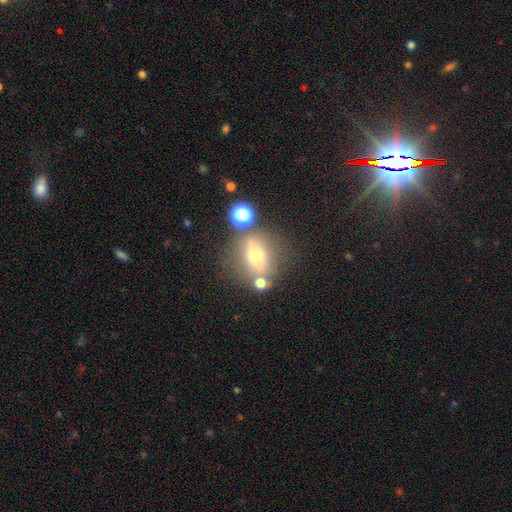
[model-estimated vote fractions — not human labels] smooth_or_featured: smooth (p=0.45) [alt: featured or disk p=0.38]
merging: none (p=0.67) [alt: minor disturbance p=0.15]